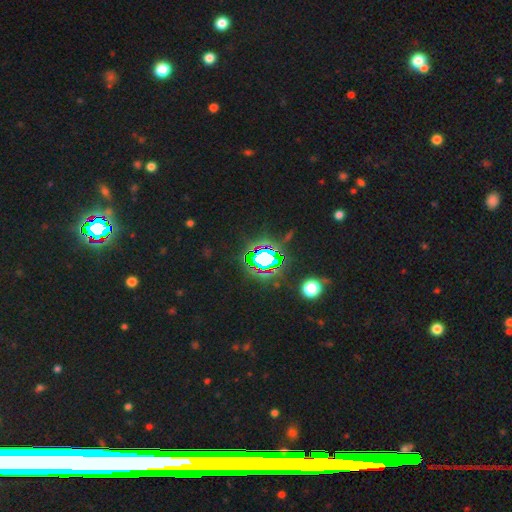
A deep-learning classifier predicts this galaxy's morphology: Smooth or featured: star or artifact — 72% (smooth — 15%)